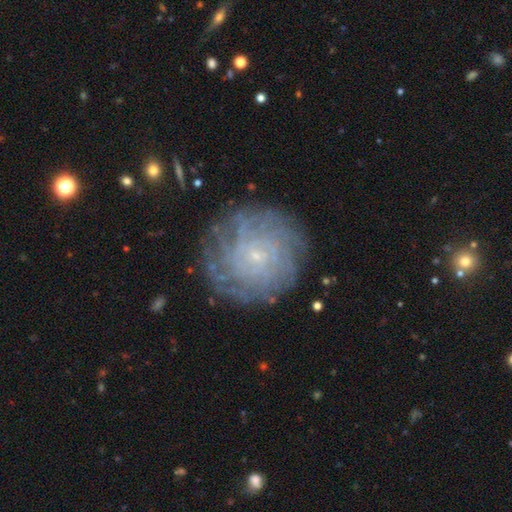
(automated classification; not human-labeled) featured or disk 72%, smooth 18%, star or artifact 10%. Down the decision tree: edge-on disk — no (97%); bar — no (78%); spiral arms — yes (90%); spiral arm count — can't tell (41%); spiral winding — tight (79%); bulge size — small (87%); merging — none (83%).